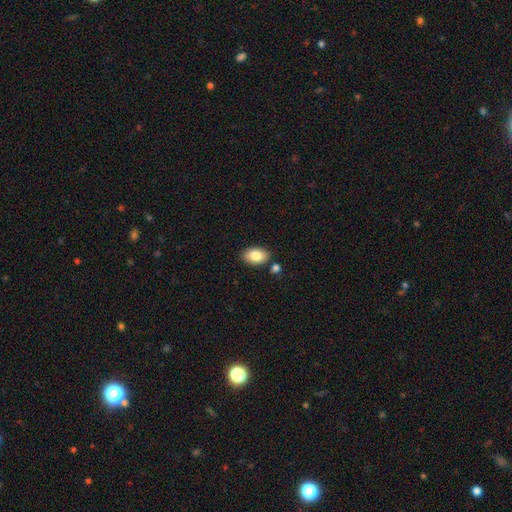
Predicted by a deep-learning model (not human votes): The model was most divided on "merging": none: 83%, minor disturbance: 10%, merger: 5%, major disturbance: 2%. More confident: how rounded — in between (91%); smooth or featured — smooth (84%).